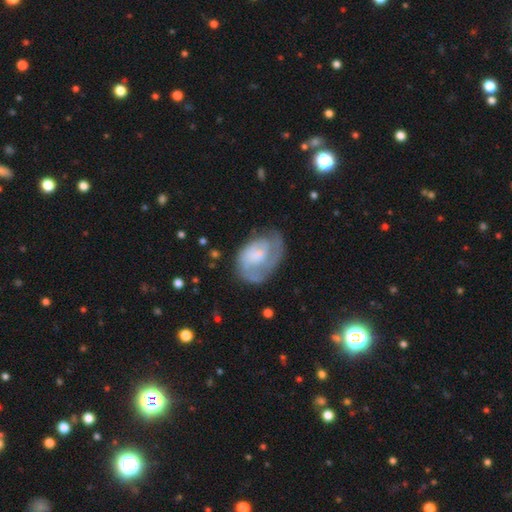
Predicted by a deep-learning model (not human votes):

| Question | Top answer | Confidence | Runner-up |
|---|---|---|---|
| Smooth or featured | featured or disk | 64% | smooth (29%) |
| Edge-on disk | no | 97% | yes (3%) |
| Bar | no | 68% | weak (27%) |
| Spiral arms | yes | 80% | no (20%) |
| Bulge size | small | 45% | moderate (24%) |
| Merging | none | 50% | minor disturbance (25%) |